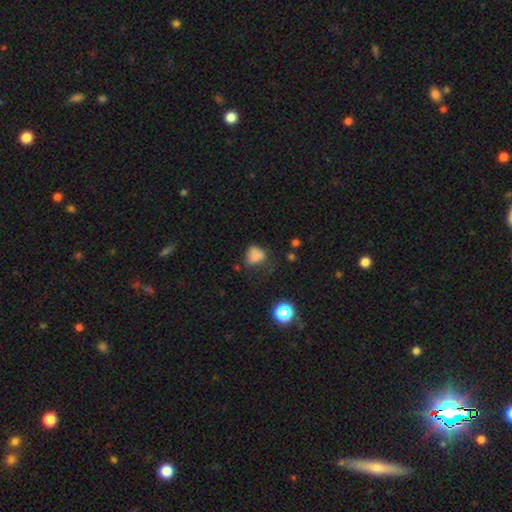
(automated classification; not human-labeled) Smooth or featured: smooth — 76% (star or artifact — 15%)
How rounded: in between — 52% (round — 47%)
Merging: none — 41% (minor disturbance — 33%)